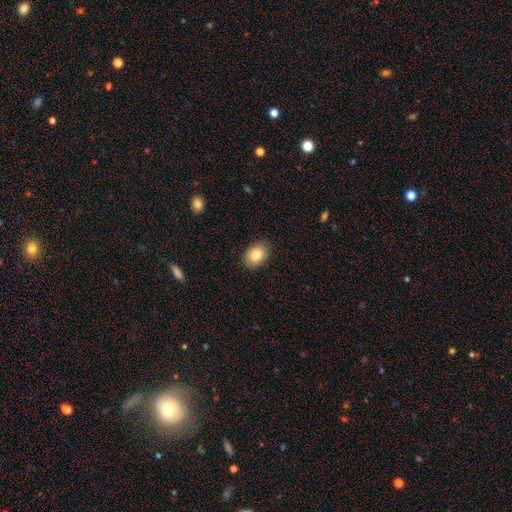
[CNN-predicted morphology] type=smooth (86%); roundness=in between (74%); merging=none (84%).